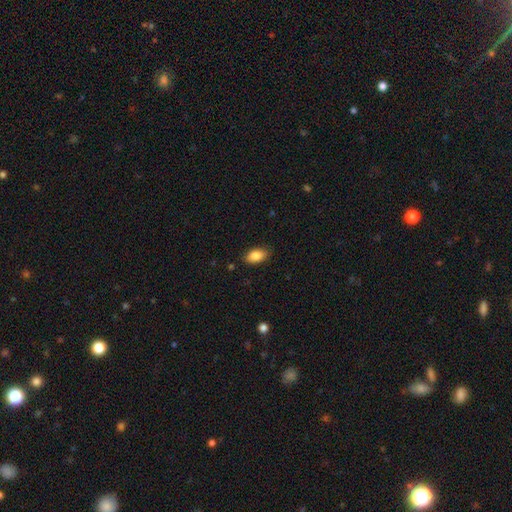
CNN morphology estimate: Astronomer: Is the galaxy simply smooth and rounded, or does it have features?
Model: smooth — 87%.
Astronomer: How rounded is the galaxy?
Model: in between — 92%.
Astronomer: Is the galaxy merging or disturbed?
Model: none — 84%.